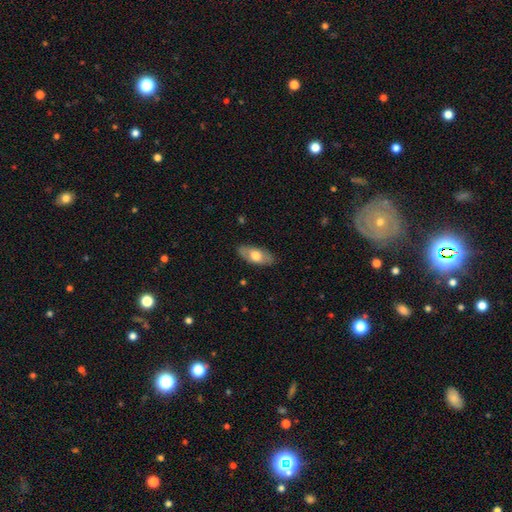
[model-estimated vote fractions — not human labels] A smooth galaxy with no disk features (62%) that is in between round and cigar-shaped (87%). Merging: none (85%).